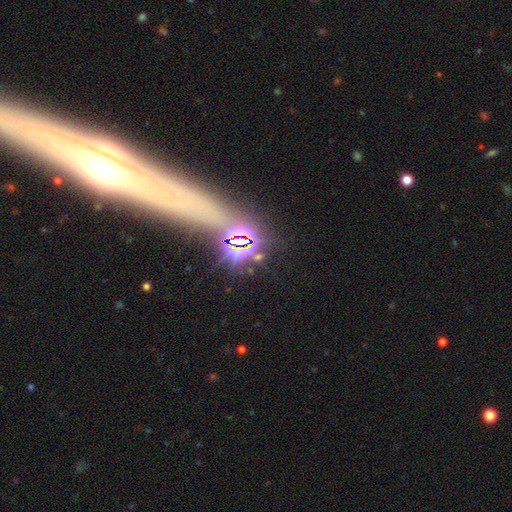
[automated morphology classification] smooth_or_featured: star or artifact (p=0.65) [alt: smooth p=0.22]